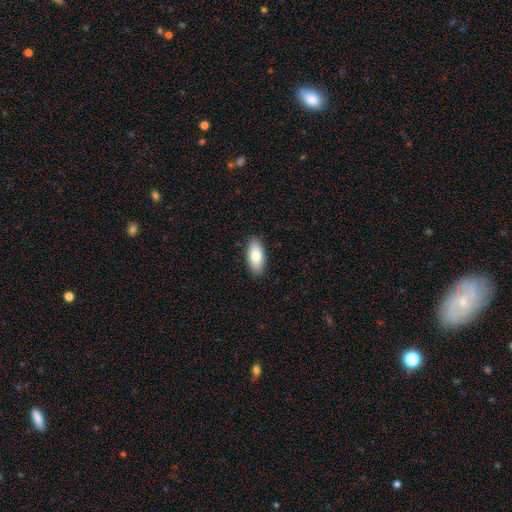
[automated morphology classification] smooth-or-featured: smooth: 81% | featured or disk: 13% | star or artifact: 6%
  how-rounded: in between: 87% | cigar-shaped: 10% | round: 2%
  merging: none: 89% | minor disturbance: 9% | major disturbance: 2% | merger: 1%